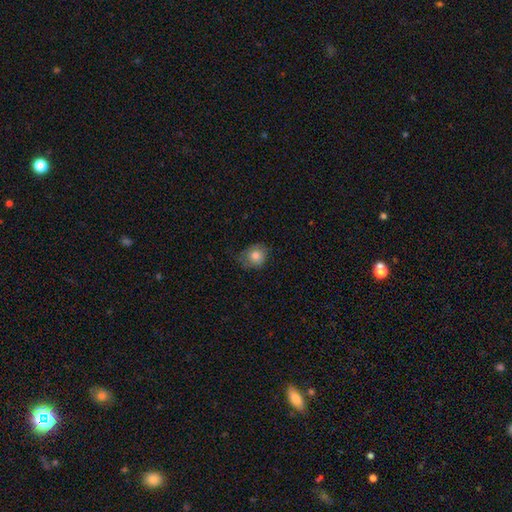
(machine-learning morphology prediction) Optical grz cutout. It shows a smooth galaxy with no disk features (81%) that is round (73%). Merging: none (64%).